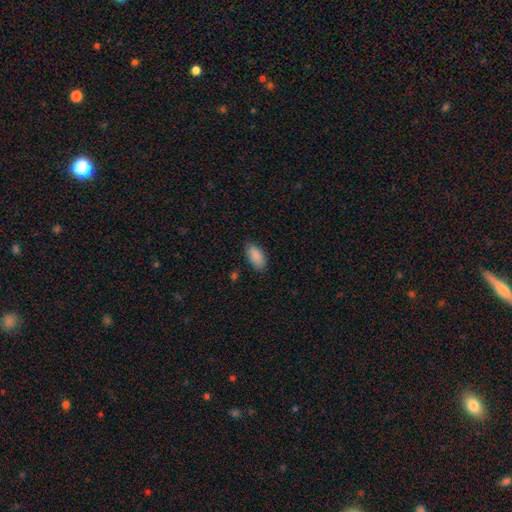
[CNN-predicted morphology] type=smooth (89%); roundness=in between (92%); merging=none (83%).